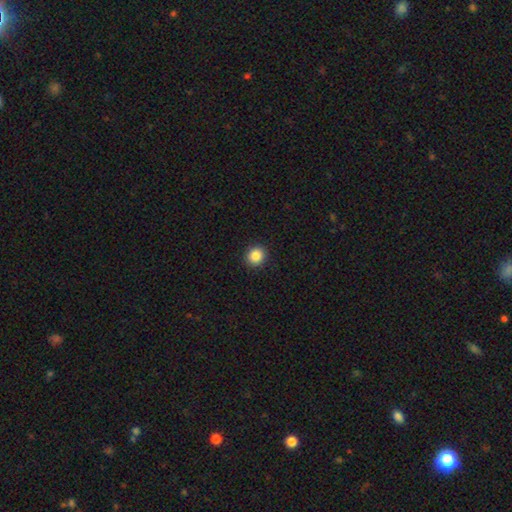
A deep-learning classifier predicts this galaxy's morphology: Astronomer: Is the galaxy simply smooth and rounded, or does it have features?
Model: smooth — 87%.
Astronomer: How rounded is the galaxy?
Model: round — 86%.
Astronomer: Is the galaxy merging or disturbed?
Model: none — 92%.